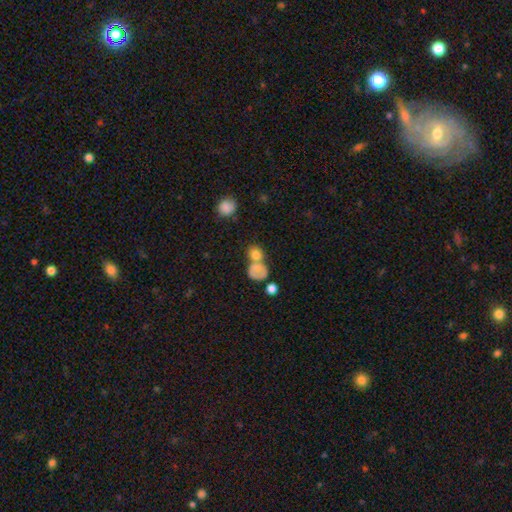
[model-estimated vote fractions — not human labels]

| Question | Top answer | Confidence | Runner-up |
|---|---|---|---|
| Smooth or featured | smooth | 69% | featured or disk (18%) |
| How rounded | round | 65% | in between (34%) |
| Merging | merger | 45% | none (35%) |